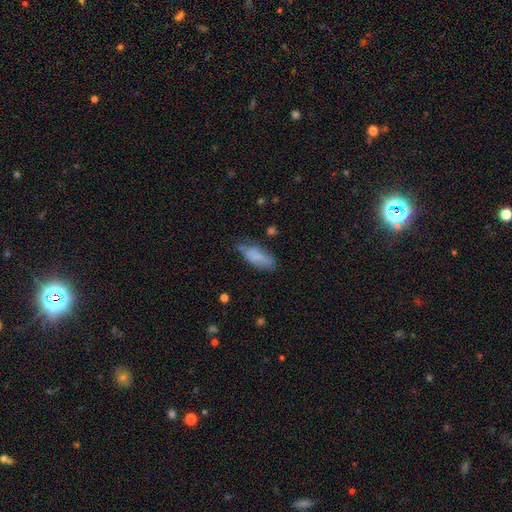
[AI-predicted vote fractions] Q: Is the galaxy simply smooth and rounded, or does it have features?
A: smooth — 74%.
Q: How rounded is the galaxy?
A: in between — 80%.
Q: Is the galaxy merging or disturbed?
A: none — 47%.